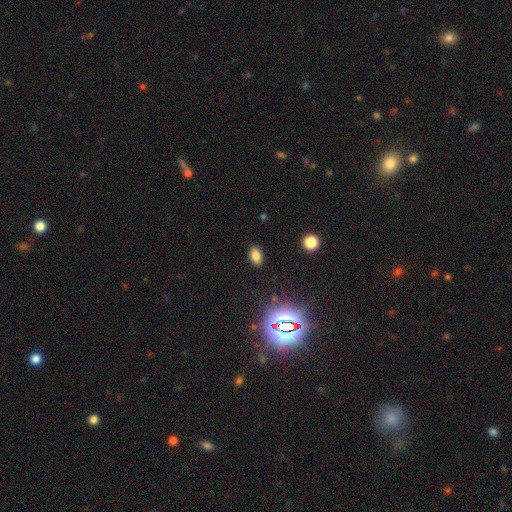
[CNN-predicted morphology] smooth-or-featured: smooth: 74% | star or artifact: 19% | featured or disk: 7%
  how-rounded: in between: 89% | round: 7% | cigar-shaped: 4%
  merging: none: 88% | minor disturbance: 9% | major disturbance: 3% | merger: 1%